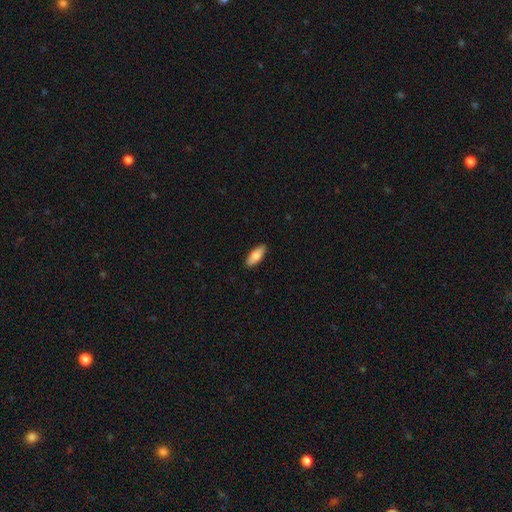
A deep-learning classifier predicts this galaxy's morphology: Q: Smooth or featured?
A: smooth (82%); runner-up: featured or disk (12%)
Q: How rounded?
A: in between (77%); runner-up: cigar-shaped (21%)
Q: Merging?
A: none (89%); runner-up: minor disturbance (9%)